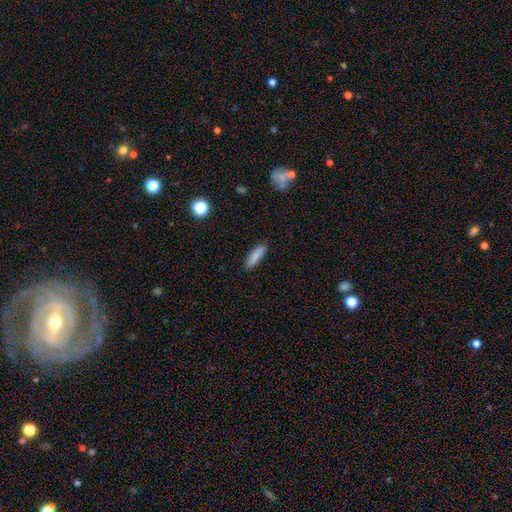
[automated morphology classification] Q: Smooth or featured?
A: smooth (86%); runner-up: star or artifact (7%)
Q: How rounded?
A: cigar-shaped (61%); runner-up: in between (37%)
Q: Merging?
A: none (88%); runner-up: minor disturbance (9%)